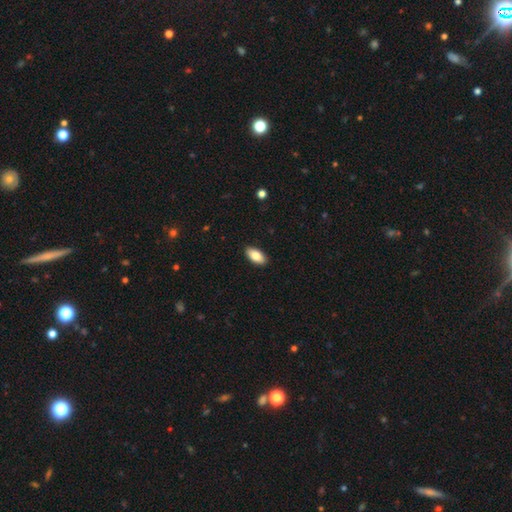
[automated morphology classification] A smooth galaxy with no disk features (83%) that is in between round and cigar-shaped (92%). Merging: none (90%).